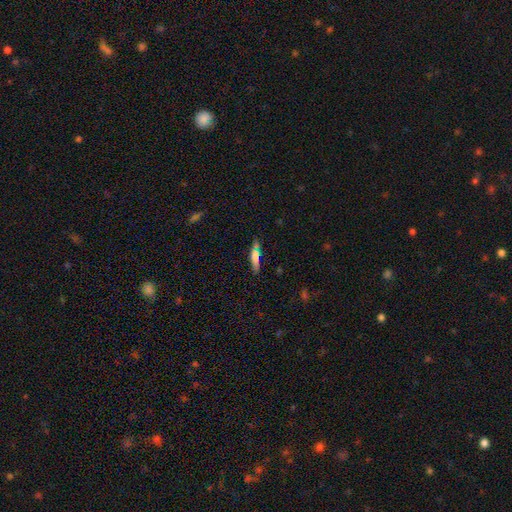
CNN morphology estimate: Q: Smooth or featured?
A: smooth (68%); runner-up: featured or disk (19%)
Q: How rounded?
A: cigar-shaped (77%); runner-up: in between (20%)
Q: Merging?
A: none (77%); runner-up: minor disturbance (14%)